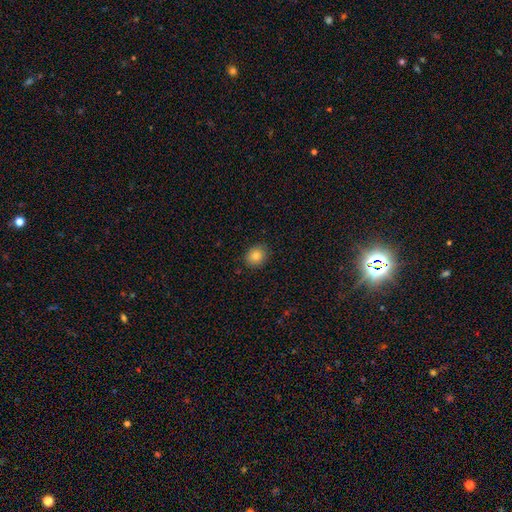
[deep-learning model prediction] Morphology: type=smooth (83%); roundness=round (69%); merging=none (88%).